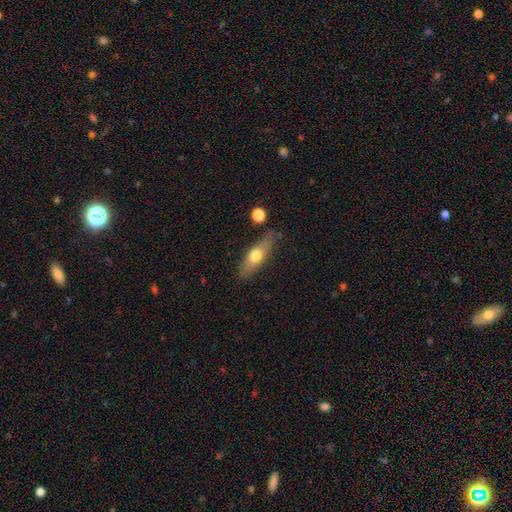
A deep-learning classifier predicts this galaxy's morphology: The model was most divided on "how rounded": in between: 51%, cigar-shaped: 45%, round: 4%. More confident: merging — none (75%); smooth or featured — smooth (59%).